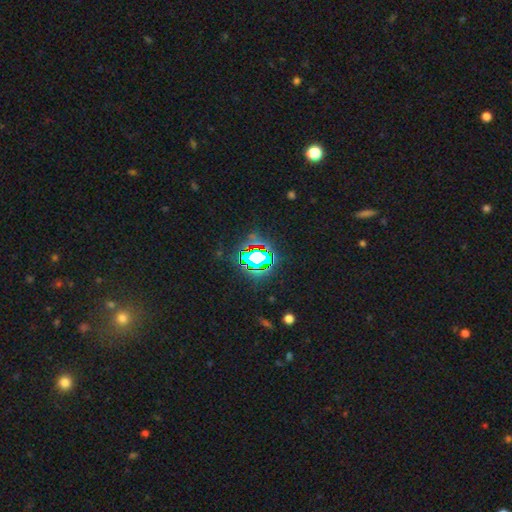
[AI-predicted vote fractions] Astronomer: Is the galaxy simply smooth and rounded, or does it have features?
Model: star or artifact — 73%.